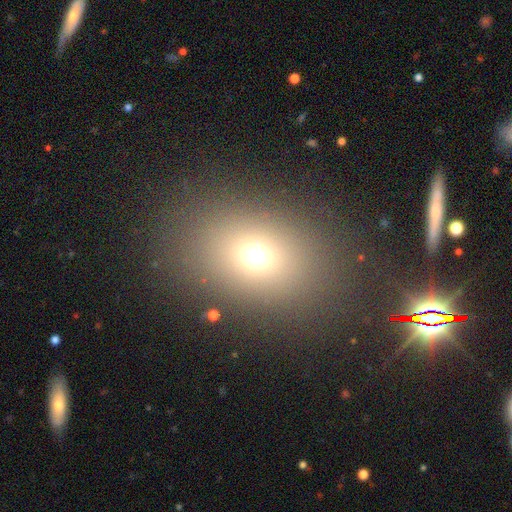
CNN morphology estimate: Q: Smooth or featured?
A: smooth (67%); runner-up: star or artifact (21%)
Q: How rounded?
A: in between (63%); runner-up: round (36%)
Q: Merging?
A: none (84%); runner-up: minor disturbance (8%)